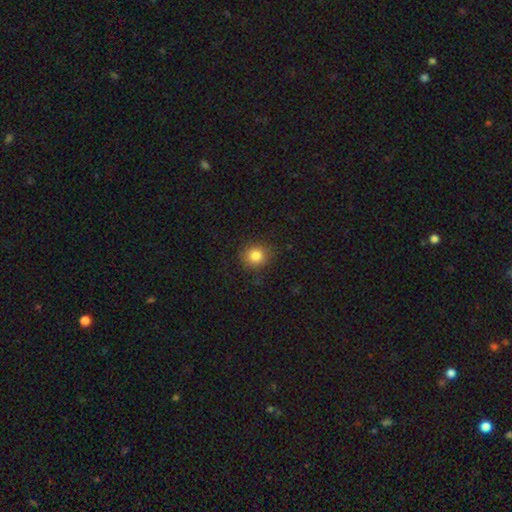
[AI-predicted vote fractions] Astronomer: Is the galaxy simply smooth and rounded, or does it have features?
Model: smooth — 83%.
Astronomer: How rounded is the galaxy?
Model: round — 82%.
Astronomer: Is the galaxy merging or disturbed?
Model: none — 84%.